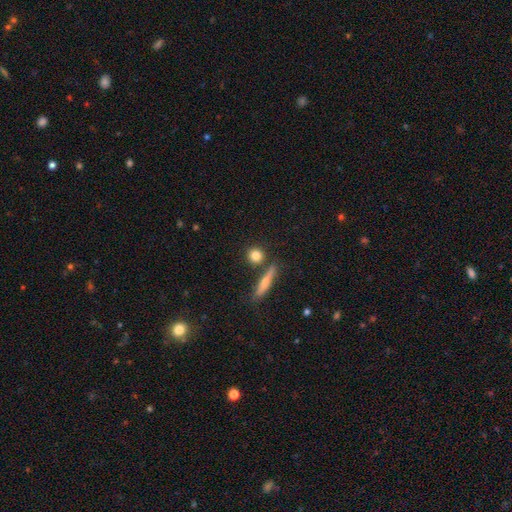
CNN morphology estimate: smooth 79%, featured or disk 12%, star or artifact 9%. Down the decision tree: how rounded — round (81%); merging — none (77%).